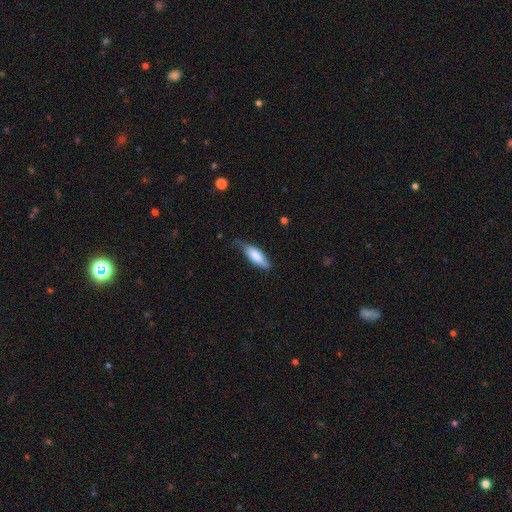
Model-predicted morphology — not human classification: Smooth or featured?
  - smooth: 76% *
  - featured or disk: 18%
  - star or artifact: 6%
How rounded?
  - in between: 59% *
  - cigar-shaped: 39%
  - round: 2%
Merging?
  - none: 55% *
  - minor disturbance: 36%
  - major disturbance: 8%
  - merger: 2%